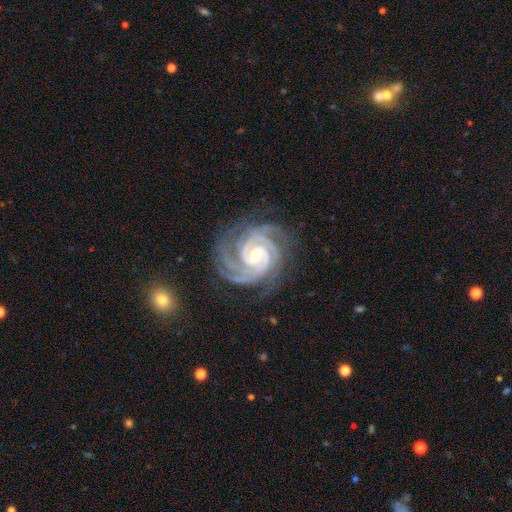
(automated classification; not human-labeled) A featured or disk galaxy (94%) with no bar (43%), 3 (36%) tight (78%) spiral arms (99%) and a small central bulge (51%).

Vote fractions:
- Smooth or featured? featured or disk: 94% / star or artifact: 4% / smooth: 2%
- Edge-on disk? no: 98% / yes: 2%
- Bar? no: 43% / weak: 38% / strong: 18%
- Spiral arms? yes: 99% / no: 1%
- Spiral winding? tight: 78% / medium: 21% / loose: 2%
- Spiral arm count? 3: 36% / 4: 29% / 2: 13% / can't tell: 8% / more than 4: 8% / 1: 6%
- Bulge size? small: 51% / moderate: 45% / large: 2% / none: 1% / dominant: 1%
- Merging? none: 76% / minor disturbance: 16% / major disturbance: 6% / merger: 1%